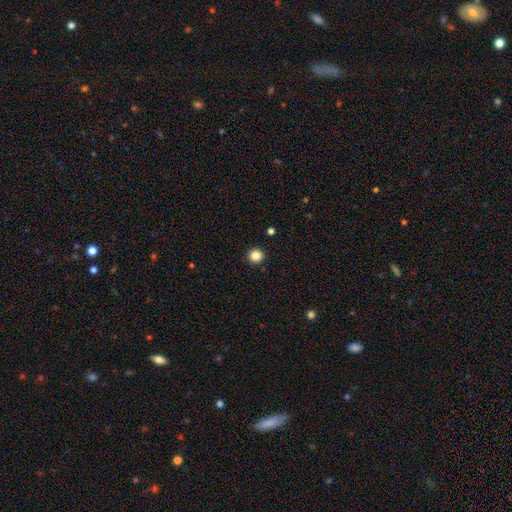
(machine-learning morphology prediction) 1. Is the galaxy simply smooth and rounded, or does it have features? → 86% smooth, 11% star or artifact, 3% featured or disk.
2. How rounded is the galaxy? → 95% round, 4% in between, 1% cigar-shaped.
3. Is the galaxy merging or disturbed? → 93% none, 4% minor disturbance, 2% major disturbance, 1% merger.